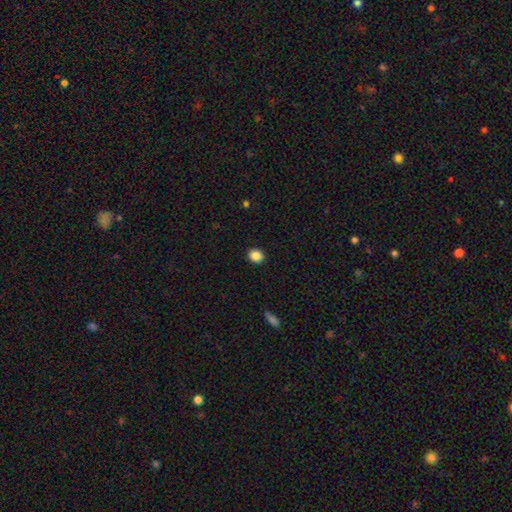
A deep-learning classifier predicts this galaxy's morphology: smooth_or_featured: smooth (p=0.87) [alt: star or artifact p=0.10]
how_rounded: round (p=0.74) [alt: in between p=0.25]
merging: none (p=0.92) [alt: minor disturbance p=0.06]